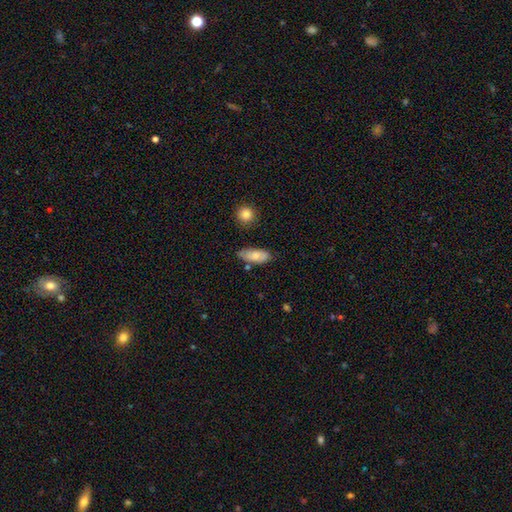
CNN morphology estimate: smooth_or_featured: smooth (p=0.72) [alt: featured or disk p=0.21]
how_rounded: in between (p=0.85) [alt: cigar-shaped p=0.12]
merging: none (p=0.69) [alt: minor disturbance p=0.22]